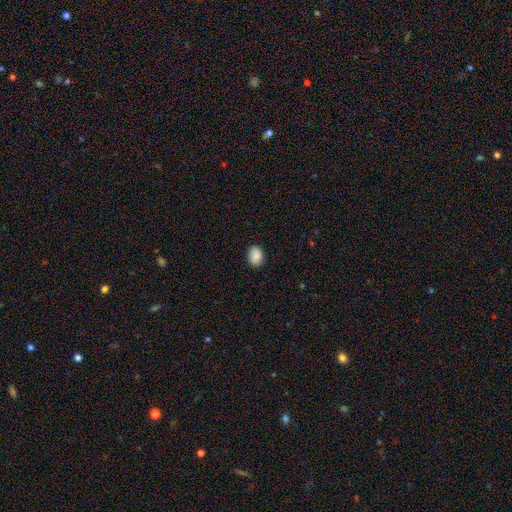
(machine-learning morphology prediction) Smooth or featured?
  - smooth: 90% *
  - star or artifact: 7%
  - featured or disk: 3%
How rounded?
  - in between: 78% *
  - round: 21%
  - cigar-shaped: 1%
Merging?
  - none: 88% *
  - minor disturbance: 9%
  - major disturbance: 2%
  - merger: 1%